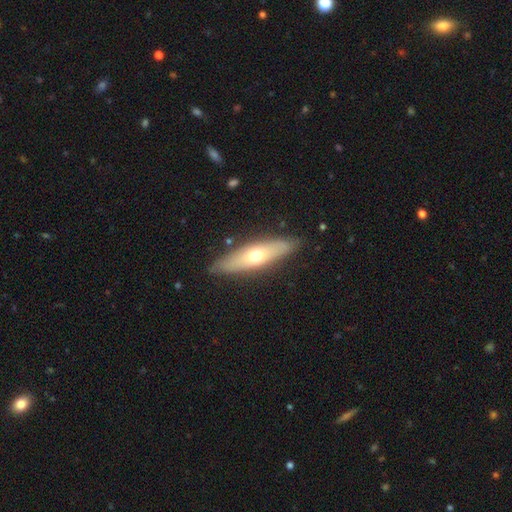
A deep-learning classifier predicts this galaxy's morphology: Q: Smooth or featured?
A: smooth (51%); runner-up: featured or disk (43%)
Q: How rounded?
A: cigar-shaped (63%); runner-up: in between (35%)
Q: Merging?
A: none (85%); runner-up: minor disturbance (11%)